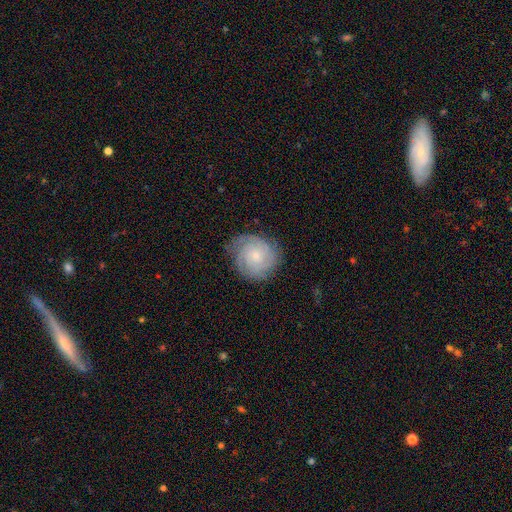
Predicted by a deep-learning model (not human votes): featured or disk 80%, smooth 14%, star or artifact 7%. Down the decision tree: edge-on disk — no (98%); bar — no (80%); spiral arms — yes (97%); spiral arm count — 3 (30%); spiral winding — tight (78%); bulge size — small (79%); merging — none (80%).